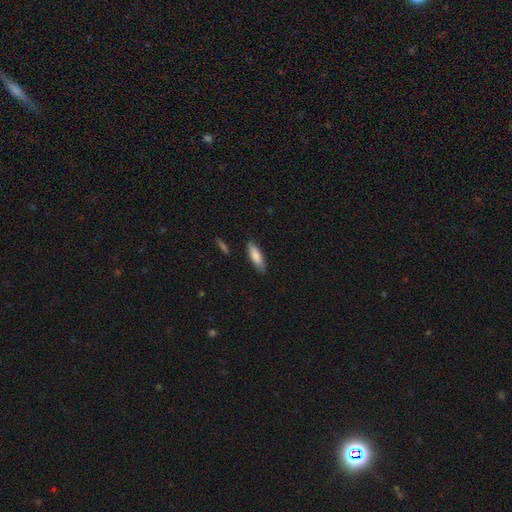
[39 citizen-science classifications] smooth-or-featured: smooth: 85% | featured or disk: 13% | star or artifact: 3%
  how-rounded: cigar-shaped: 61% | in between: 36% | round: 3%
  merging: none: 82% | minor disturbance: 13% | major disturbance: 3% | merger: 3%